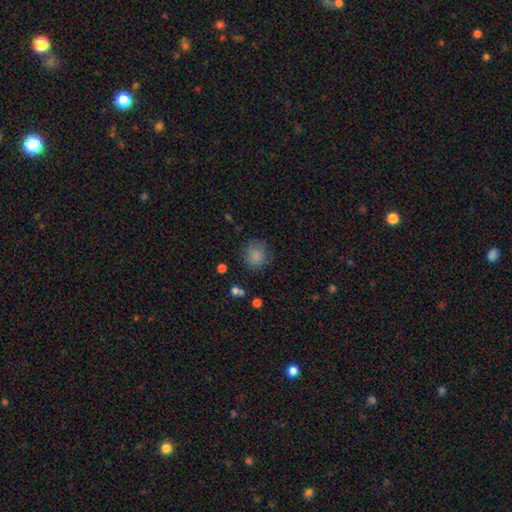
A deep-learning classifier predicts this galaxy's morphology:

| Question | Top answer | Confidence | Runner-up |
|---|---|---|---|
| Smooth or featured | smooth | 84% | star or artifact (10%) |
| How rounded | round | 86% | in between (13%) |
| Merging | none | 80% | minor disturbance (14%) |